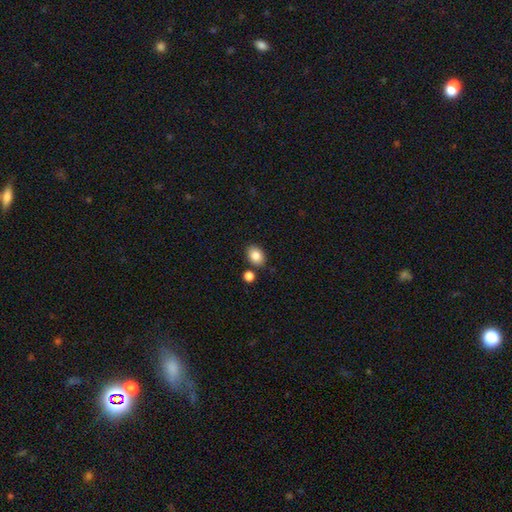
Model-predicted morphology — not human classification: Smooth or featured? smooth (84%)
How rounded? in between (75%)
Merging? none (80%)